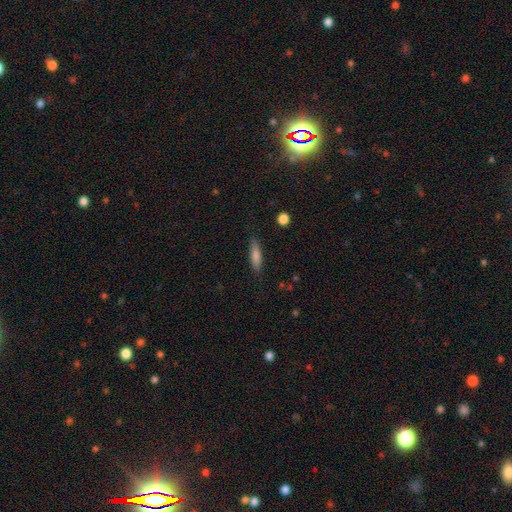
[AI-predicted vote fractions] Smooth or featured? Predicted: smooth (p=0.75). How rounded? Predicted: cigar-shaped (p=0.72). Merging? Predicted: none (p=0.85).